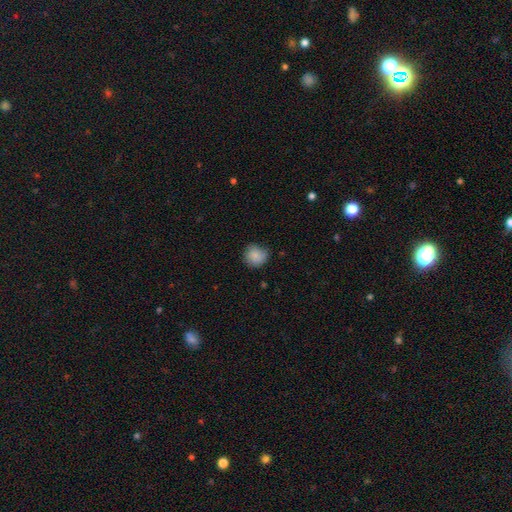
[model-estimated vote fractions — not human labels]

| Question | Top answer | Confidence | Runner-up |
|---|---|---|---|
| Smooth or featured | smooth | 85% | star or artifact (8%) |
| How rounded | round | 89% | in between (10%) |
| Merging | none | 71% | minor disturbance (24%) |